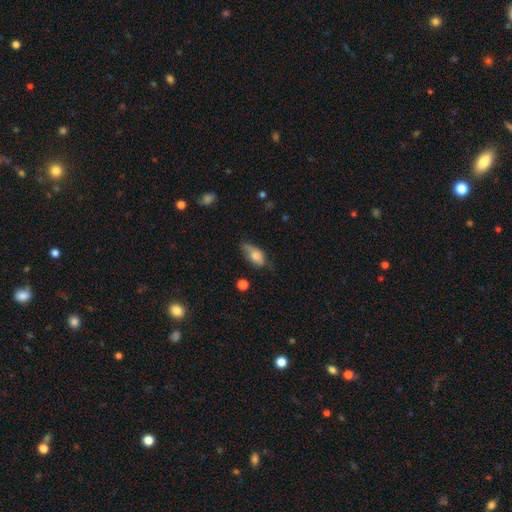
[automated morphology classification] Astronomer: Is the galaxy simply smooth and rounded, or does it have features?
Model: smooth — 70%.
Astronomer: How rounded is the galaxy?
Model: in between — 86%.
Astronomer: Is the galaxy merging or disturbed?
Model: none — 44% (runner-up: minor disturbance, 39%).